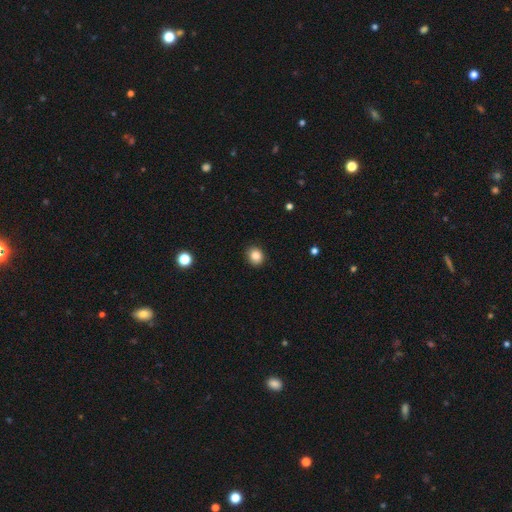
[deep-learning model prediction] This appears to be a smooth galaxy with no disk features (86%) that is round (70%). Merging: none (89%).